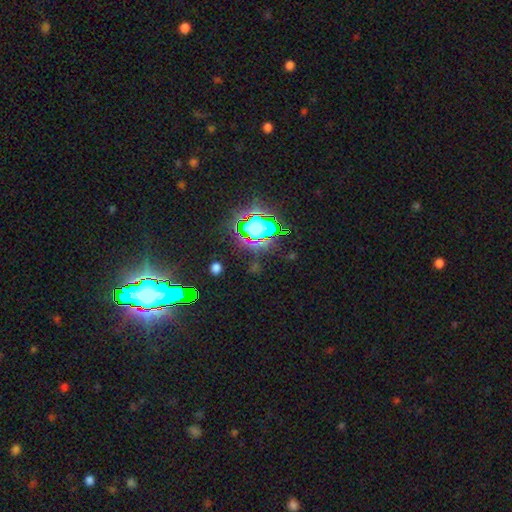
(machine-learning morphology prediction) type=star or artifact (82%).